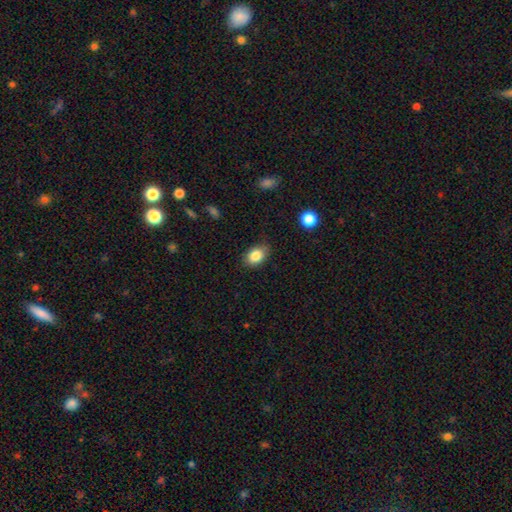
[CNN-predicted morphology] Smooth or featured: smooth — 85% (star or artifact — 9%)
How rounded: in between — 78% (round — 21%)
Merging: none — 81% (minor disturbance — 15%)